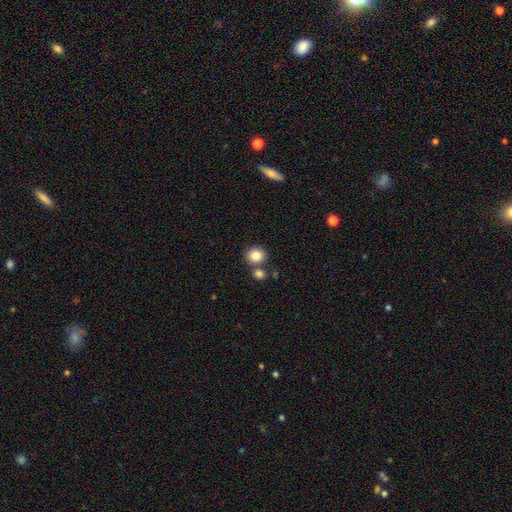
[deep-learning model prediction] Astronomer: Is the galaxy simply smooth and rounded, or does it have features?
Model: smooth — 84%.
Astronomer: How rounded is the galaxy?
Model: round — 73%.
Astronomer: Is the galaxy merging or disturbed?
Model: none — 68%.